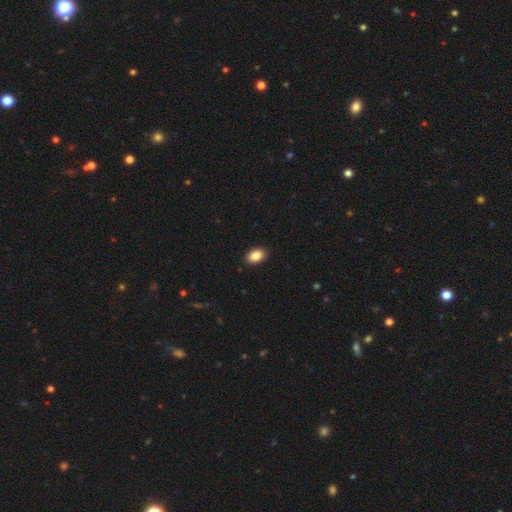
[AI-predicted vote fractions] smooth 87%, star or artifact 8%, featured or disk 5%. Down the decision tree: how rounded — in between (85%); merging — none (90%).